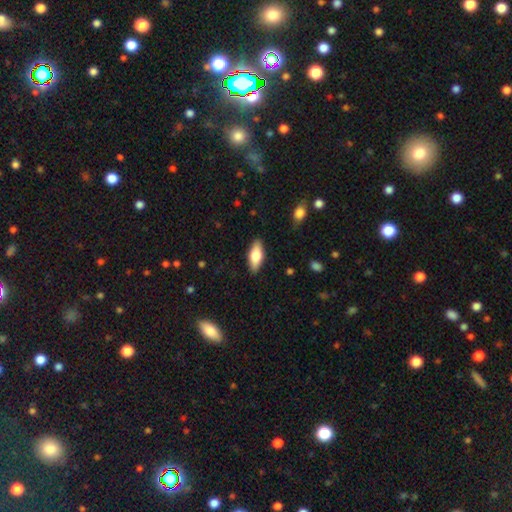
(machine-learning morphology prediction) This is likely a smooth galaxy (69%). How rounded: likely in between (77%). Merging: clearly none (87%).